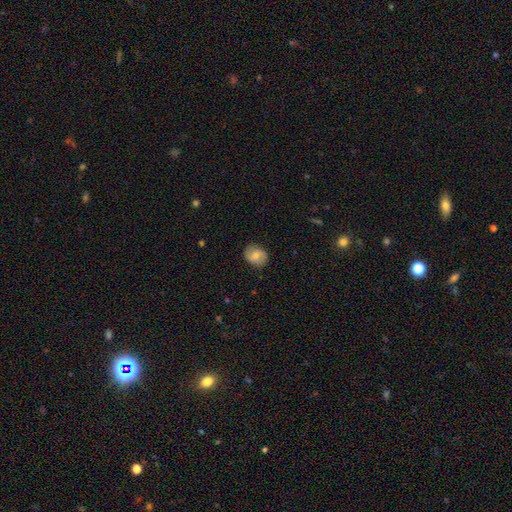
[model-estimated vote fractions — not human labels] smooth_or_featured: smooth (p=0.53) [alt: featured or disk p=0.39]
how_rounded: round (p=0.58) [alt: in between p=0.41]
merging: none (p=0.83) [alt: minor disturbance p=0.13]